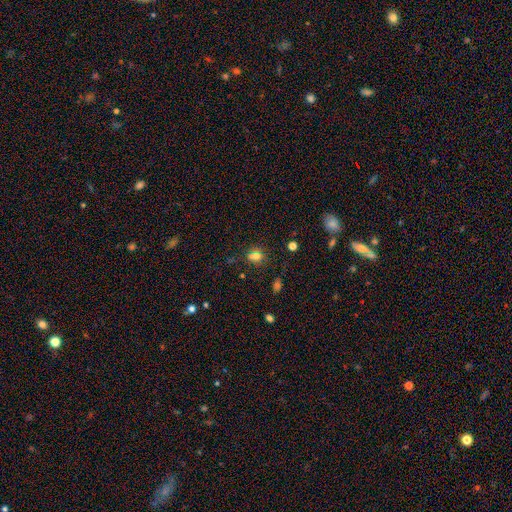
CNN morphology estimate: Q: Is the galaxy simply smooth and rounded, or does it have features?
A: smooth — 65%.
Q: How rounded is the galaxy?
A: round — 69%.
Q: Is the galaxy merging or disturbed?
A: none — 69%.